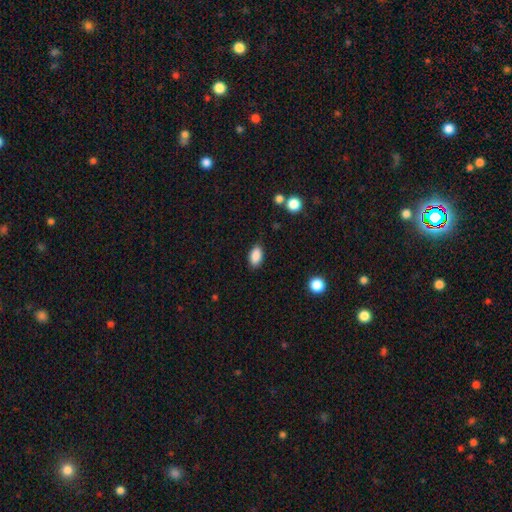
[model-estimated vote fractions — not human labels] This appears to be a smooth galaxy with no disk features (88%) that is in between round and cigar-shaped (92%). Merging: none (85%).